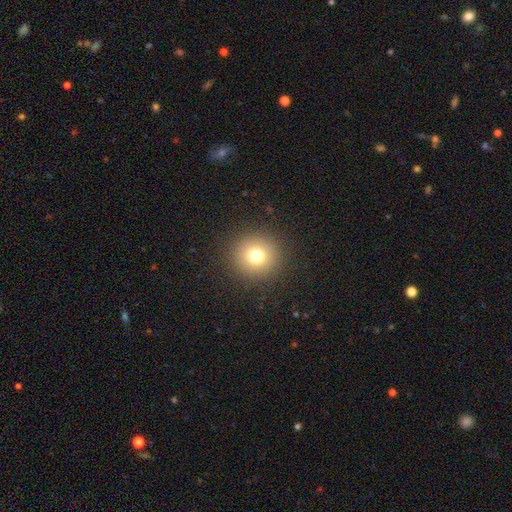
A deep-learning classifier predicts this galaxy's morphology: Smooth or featured?
  - smooth: 76% *
  - star or artifact: 14%
  - featured or disk: 11%
How rounded?
  - round: 94% *
  - in between: 5%
  - cigar-shaped: 1%
Merging?
  - none: 91% *
  - minor disturbance: 6%
  - major disturbance: 3%
  - merger: 1%